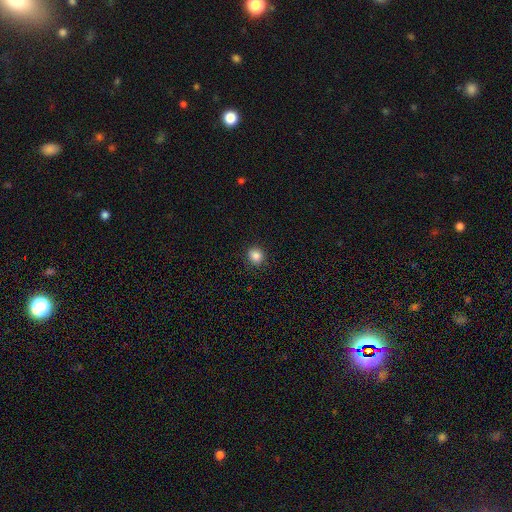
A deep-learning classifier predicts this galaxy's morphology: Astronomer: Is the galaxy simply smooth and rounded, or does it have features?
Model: smooth — 85%.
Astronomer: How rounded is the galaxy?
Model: round — 86%.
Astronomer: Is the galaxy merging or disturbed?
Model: none — 89%.